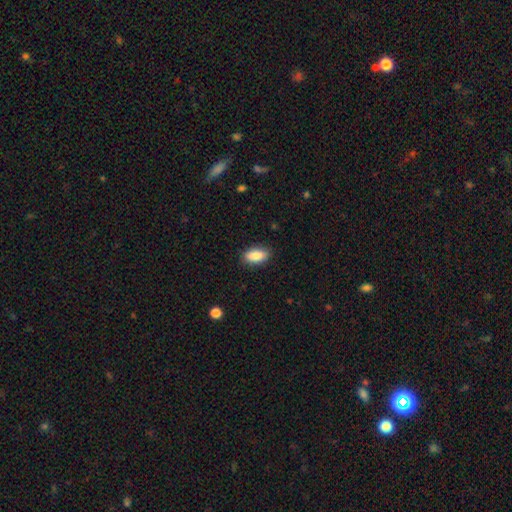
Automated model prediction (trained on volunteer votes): The model was most divided on "merging": none: 87%, minor disturbance: 10%, major disturbance: 2%, merger: 1%. More confident: how rounded — in between (87%); smooth or featured — smooth (87%).